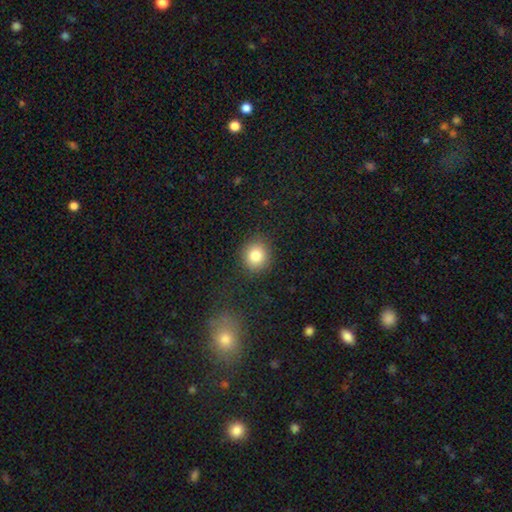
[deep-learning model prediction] Smooth or featured: smooth — 82% (star or artifact — 11%)
How rounded: round — 85% (in between — 14%)
Merging: none — 88% (minor disturbance — 8%)